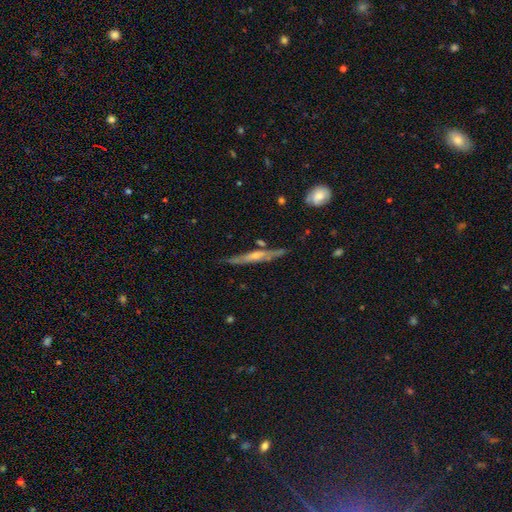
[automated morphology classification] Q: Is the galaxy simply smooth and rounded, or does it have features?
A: featured or disk — 69%.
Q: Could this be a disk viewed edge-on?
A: yes — 93%.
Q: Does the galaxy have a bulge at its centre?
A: rounded — 56%.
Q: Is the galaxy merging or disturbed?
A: none — 79%.